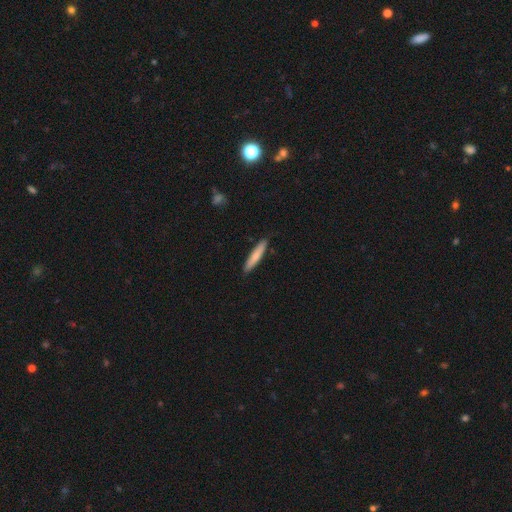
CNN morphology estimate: Overall: smooth (74%). How rounded: cigar-shaped (91%). Merging: none (89%).